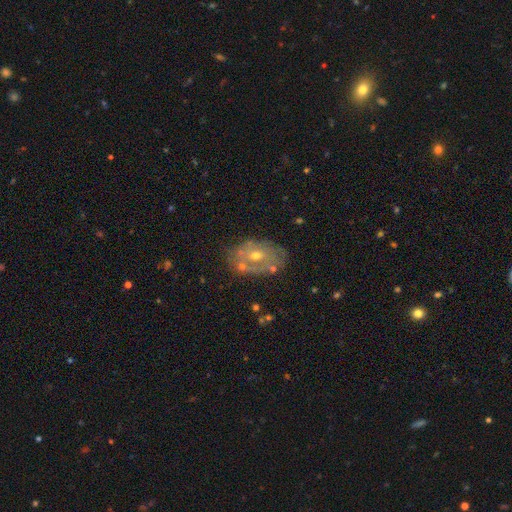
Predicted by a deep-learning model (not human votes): Morphology: type=featured or disk (62%); edge-on=no (94%); bar=no (71%); spiral arms=no (58%); bulge=moderate (55%); merging=none (60%).